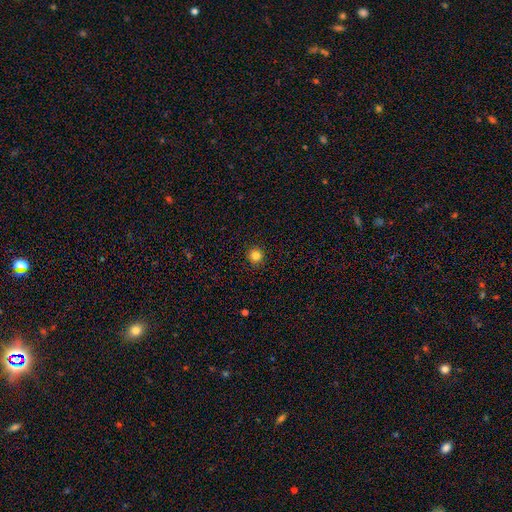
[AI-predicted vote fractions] Overall: smooth (83%). How rounded: round (96%). Merging: none (93%).